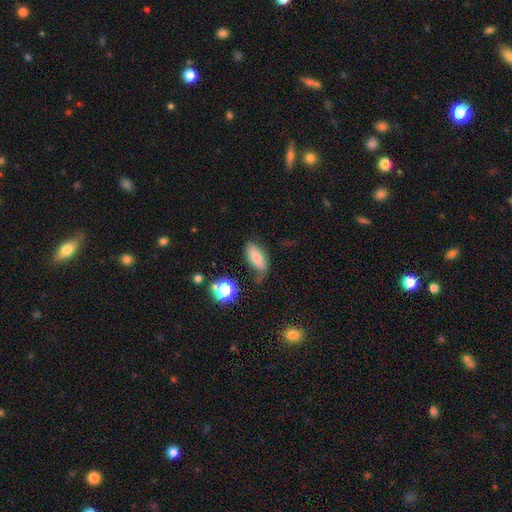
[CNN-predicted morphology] Smooth or featured?
  - smooth: 66% *
  - featured or disk: 21%
  - star or artifact: 13%
How rounded?
  - in between: 81% *
  - cigar-shaped: 14%
  - round: 5%
Merging?
  - none: 66% *
  - minor disturbance: 24%
  - major disturbance: 7%
  - merger: 4%